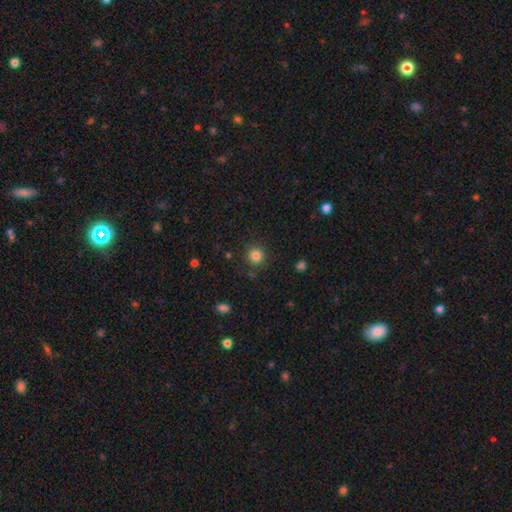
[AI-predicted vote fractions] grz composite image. It shows a smooth galaxy with no disk features (83%) that is round (93%). Merging: none (88%).